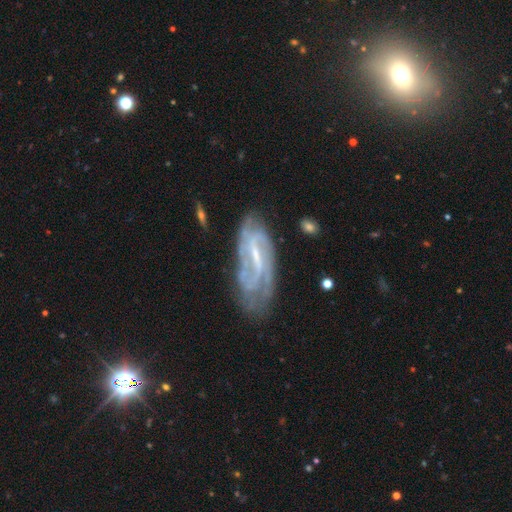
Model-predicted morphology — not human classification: smooth-or-featured: featured or disk: 84% | smooth: 10% | star or artifact: 6%
  disk-edge-on: no: 92% | yes: 8%
    bar: weak: 43% | strong: 42% | no: 15%
    has-spiral-arms: yes: 92% | no: 8%
      spiral-winding: tight: 47% | medium: 39% | loose: 14%
      spiral-arm-count: 2: 43% | can't tell: 29% | 3: 15% | 4: 6% | 1: 4% | more than 4: 4%
    bulge-size: small: 59% | moderate: 23% | none: 15% | large: 2% | dominant: 1%
  merging: none: 66% | minor disturbance: 21% | major disturbance: 10% | merger: 3%